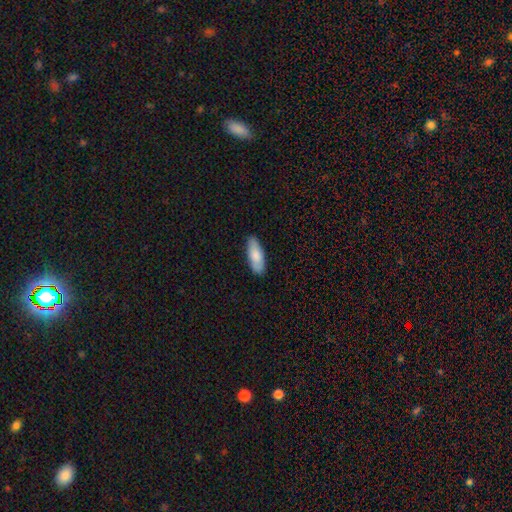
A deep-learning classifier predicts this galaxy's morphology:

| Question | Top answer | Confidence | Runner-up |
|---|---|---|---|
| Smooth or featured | smooth | 84% | featured or disk (11%) |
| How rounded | in between | 70% | cigar-shaped (28%) |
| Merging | none | 87% | minor disturbance (10%) |